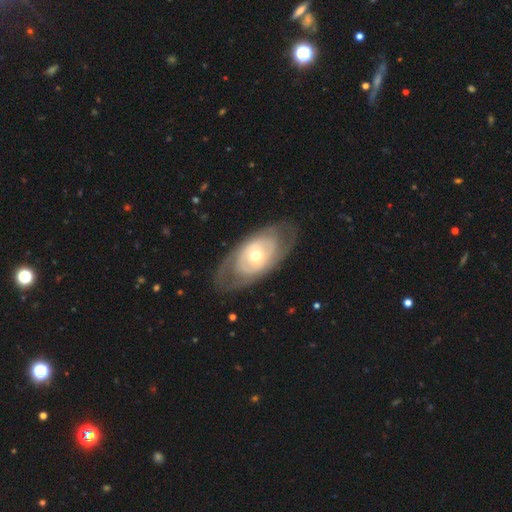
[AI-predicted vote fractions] Smooth or featured? Predicted: featured or disk (p=0.70). Edge-on disk? Predicted: no (p=0.90). Bar? Predicted: no (p=0.81). Spiral arms? Predicted: no (p=0.55). Bulge size? Predicted: moderate (p=0.60). Merging? Predicted: none (p=0.77).